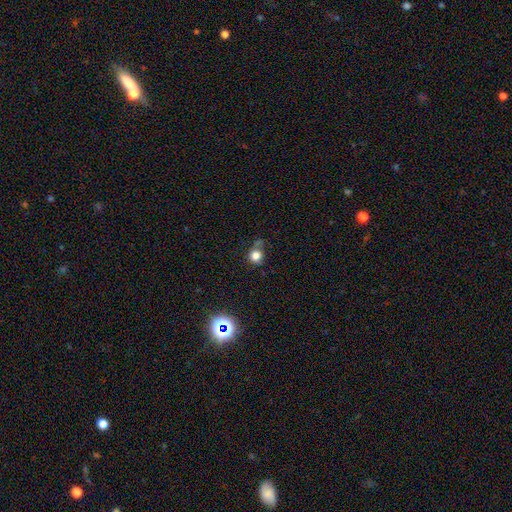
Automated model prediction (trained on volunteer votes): smooth-or-featured: smooth: 79% | star or artifact: 15% | featured or disk: 6%
  how-rounded: round: 89% | in between: 10% | cigar-shaped: 1%
  merging: none: 67% | minor disturbance: 17% | merger: 11% | major disturbance: 6%